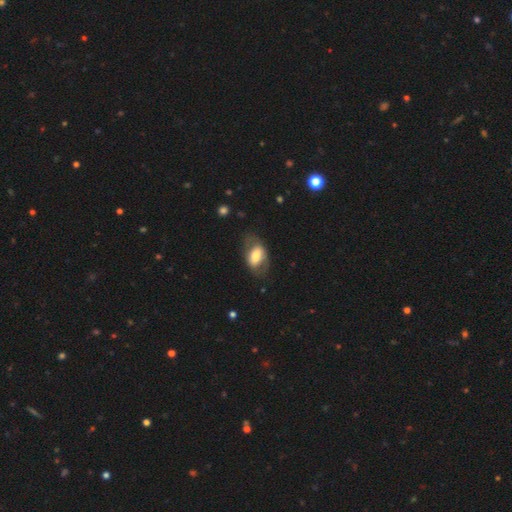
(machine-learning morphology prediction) Smooth or featured? smooth (58%)
How rounded? in between (87%)
Merging? none (64%)